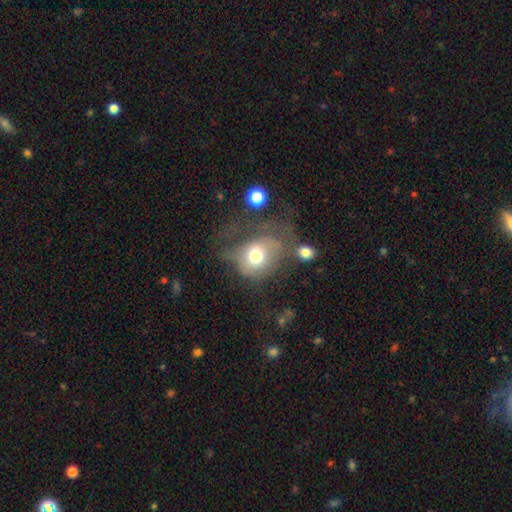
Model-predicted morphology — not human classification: This appears to be a smooth galaxy with no disk features (64%) that is round (57%). Merging: major disturbance (36%).